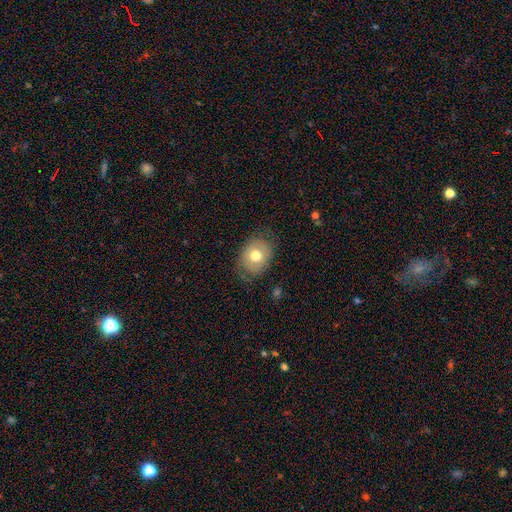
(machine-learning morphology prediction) Smooth or featured? Predicted: smooth (p=0.67). How rounded? Predicted: in between (p=0.51). Merging? Predicted: none (p=0.71).